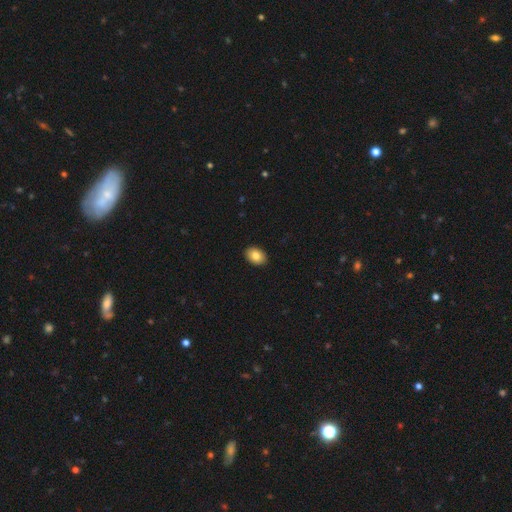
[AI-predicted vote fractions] A smooth galaxy with no disk features (84%) that is in between round and cigar-shaped (78%). Merging: none (91%).